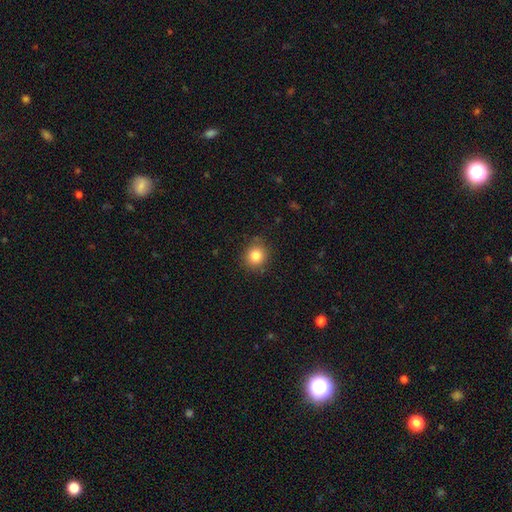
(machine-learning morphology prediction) Smooth or featured? smooth (83%)
How rounded? round (83%)
Merging? none (85%)